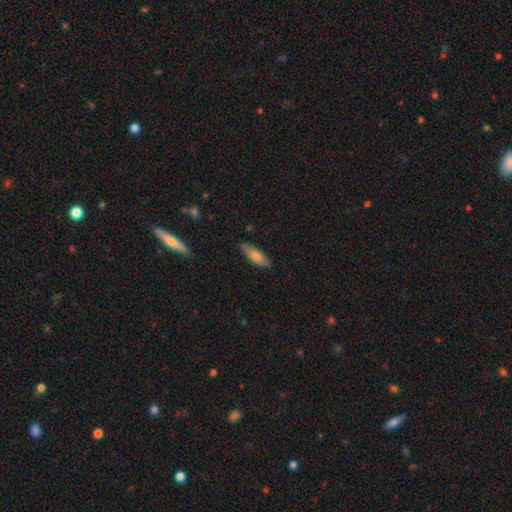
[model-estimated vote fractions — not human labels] This is likely a smooth galaxy (72%). How rounded: possibly in between (51%). Merging: clearly none (85%).